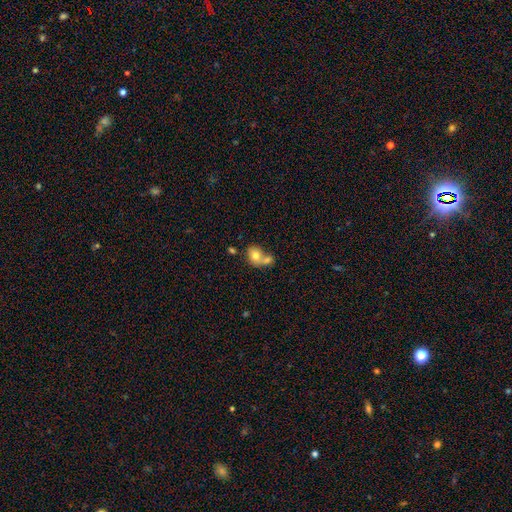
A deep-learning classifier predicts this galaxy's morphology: Smooth or featured? smooth (74%)
How rounded? round (51%)
Merging? merger (64%)